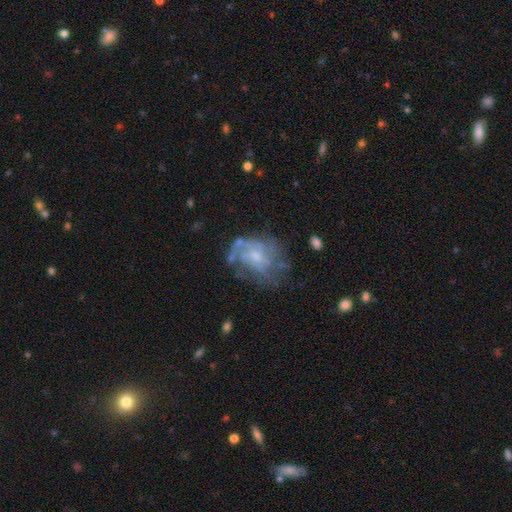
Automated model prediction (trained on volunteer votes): featured or disk 72%, smooth 19%, star or artifact 9%. Down the decision tree: edge-on disk — no (97%); bar — no (69%); spiral arms — yes (70%); bulge size — small (48%); merging — none (48%).